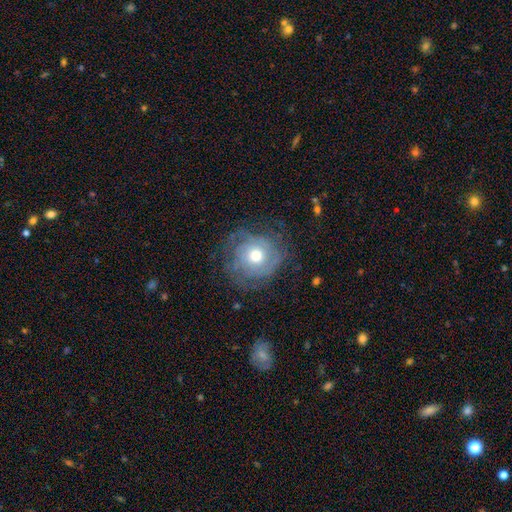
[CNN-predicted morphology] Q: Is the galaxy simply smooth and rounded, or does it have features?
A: featured or disk — 66%.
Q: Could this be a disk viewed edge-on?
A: no — 97%.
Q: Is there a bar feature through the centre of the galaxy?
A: no — 83%.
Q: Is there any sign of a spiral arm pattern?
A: yes — 81%.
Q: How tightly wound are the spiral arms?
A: tight — 65%.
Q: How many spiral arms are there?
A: can't tell — 45%.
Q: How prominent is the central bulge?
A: moderate — 71%.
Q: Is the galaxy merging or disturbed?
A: none — 68%.